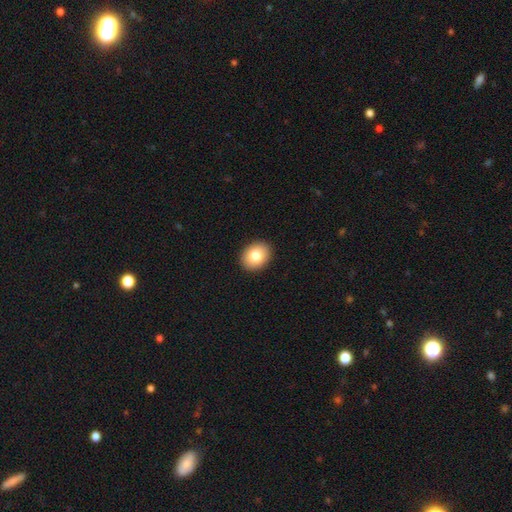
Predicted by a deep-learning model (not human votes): This appears to be a smooth galaxy with no disk features (81%) that is in between round and cigar-shaped (55%). Merging: none (92%).